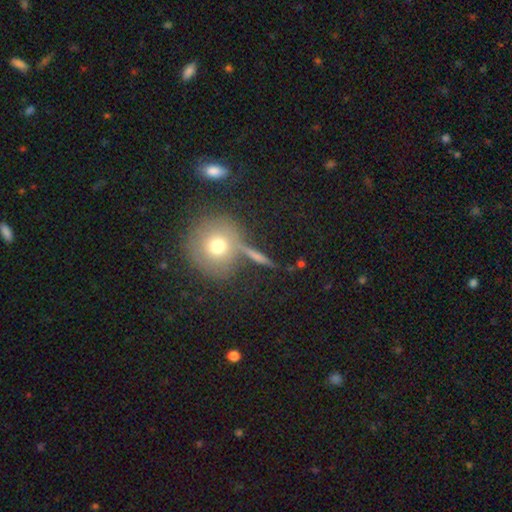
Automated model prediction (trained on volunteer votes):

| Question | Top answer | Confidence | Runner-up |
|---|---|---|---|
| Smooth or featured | smooth | 50% | featured or disk (36%) |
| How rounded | cigar-shaped | 52% | round (31%) |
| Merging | none | 76% | minor disturbance (10%) |